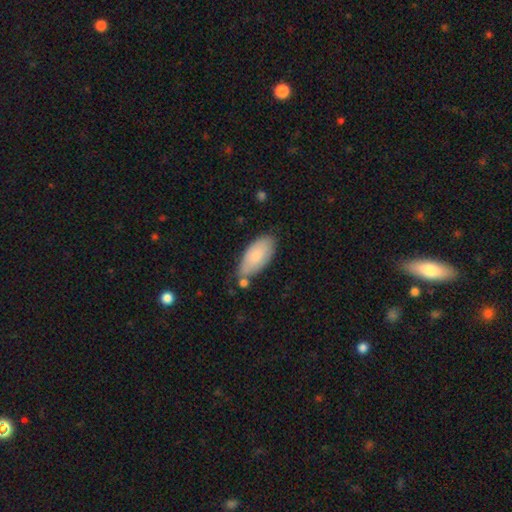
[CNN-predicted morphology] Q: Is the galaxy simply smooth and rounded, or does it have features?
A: smooth — 81%.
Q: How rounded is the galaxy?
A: in between — 92%.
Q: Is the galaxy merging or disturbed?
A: none — 65%.